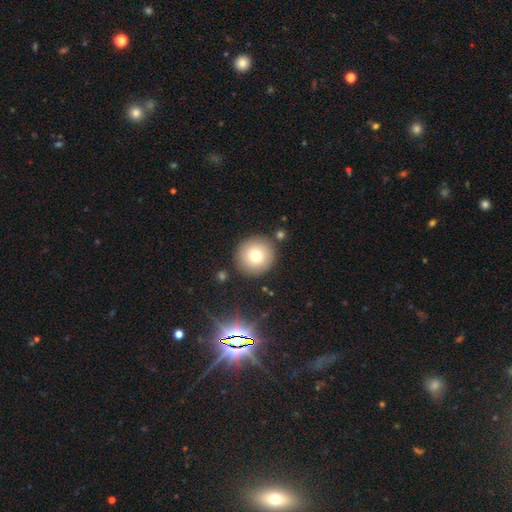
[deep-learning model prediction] smooth_or_featured: smooth (p=0.74) [alt: featured or disk p=0.13]
how_rounded: round (p=0.95) [alt: in between p=0.04]
merging: none (p=0.87) [alt: minor disturbance p=0.07]